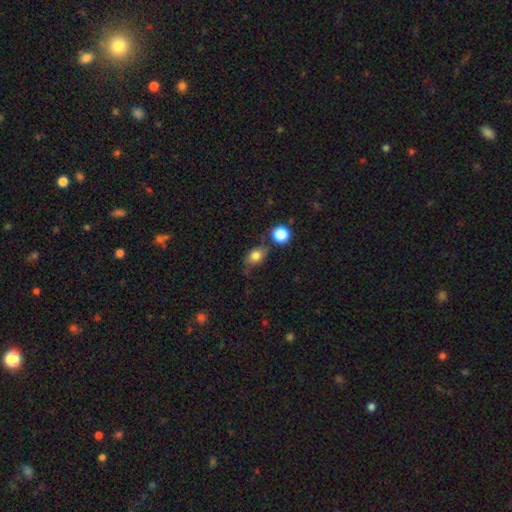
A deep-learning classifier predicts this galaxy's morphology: Smooth or featured? smooth (79%)
How rounded? in between (64%)
Merging? none (58%)